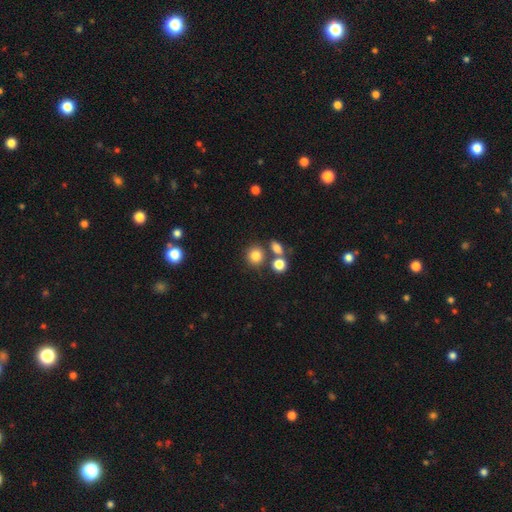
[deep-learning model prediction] Smooth or featured?
  - smooth: 80% *
  - star or artifact: 12%
  - featured or disk: 8%
How rounded?
  - round: 85% *
  - in between: 14%
  - cigar-shaped: 1%
Merging?
  - none: 67% *
  - merger: 20%
  - minor disturbance: 9%
  - major disturbance: 4%